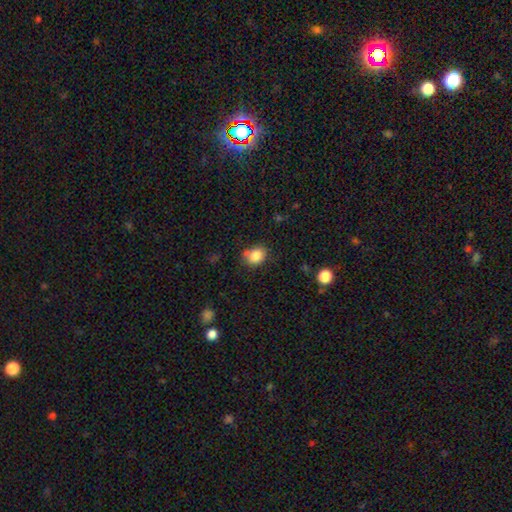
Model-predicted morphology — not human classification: Overall: smooth (84%). How rounded: round (52%; in between 47%). Merging: none (69%).